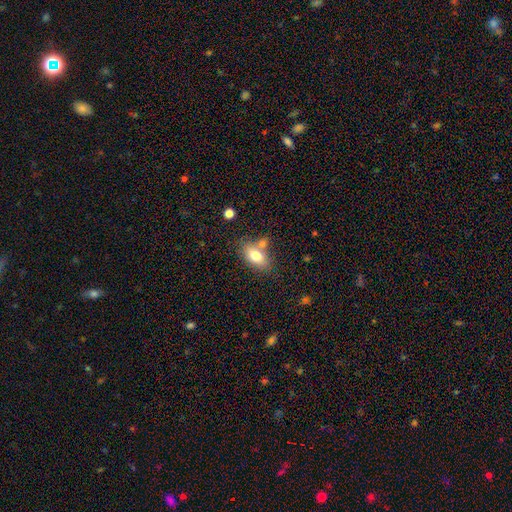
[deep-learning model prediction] Smooth or featured: smooth — 75% (featured or disk — 16%)
How rounded: in between — 87% (round — 9%)
Merging: none — 59% (merger — 22%)